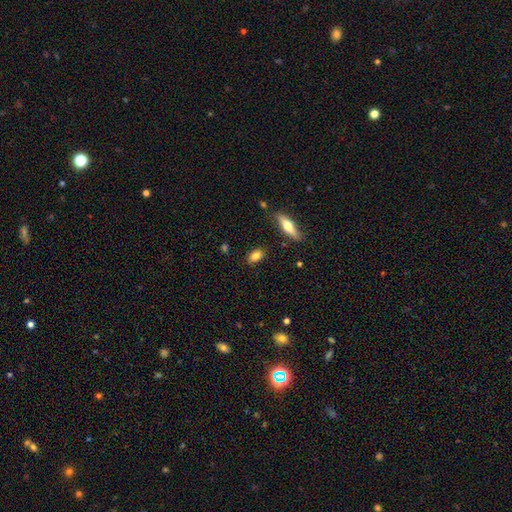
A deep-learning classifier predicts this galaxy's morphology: smooth 82%, featured or disk 10%, star or artifact 8%. Down the decision tree: how rounded — in between (82%); merging — none (84%).